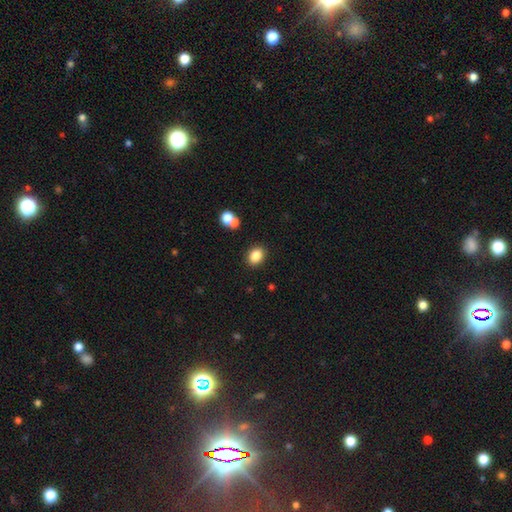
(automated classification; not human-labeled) Smooth or featured? Predicted: smooth (p=0.84). How rounded? Predicted: in between (p=0.59). Merging? Predicted: none (p=0.86).